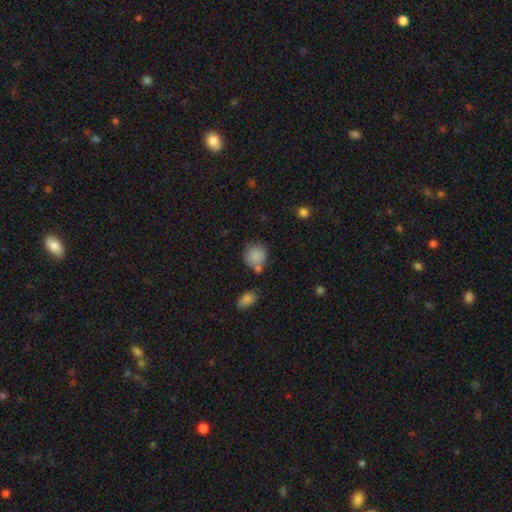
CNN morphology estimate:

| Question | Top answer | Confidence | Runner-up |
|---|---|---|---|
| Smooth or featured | smooth | 85% | star or artifact (9%) |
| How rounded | round | 84% | in between (15%) |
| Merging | none | 62% | minor disturbance (16%) |